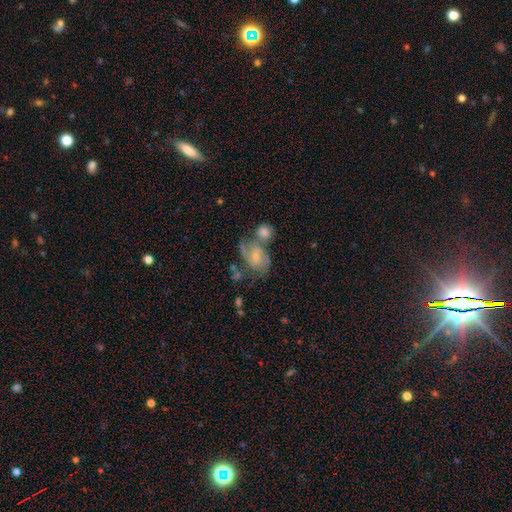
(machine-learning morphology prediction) Smooth or featured?
  - featured or disk: 73% *
  - smooth: 17%
  - star or artifact: 10%
Edge-on disk?
  - no: 97% *
  - yes: 3%
Bar?
  - no: 56% *
  - weak: 36%
  - strong: 8%
Spiral arms?
  - yes: 91% *
  - no: 9%
Spiral winding?
  - medium: 48% *
  - tight: 37%
  - loose: 15%
Spiral arm count?
  - 2: 57% *
  - can't tell: 20%
  - 3: 12%
  - 1: 5%
  - 4: 3%
  - more than 4: 3%
Bulge size?
  - small: 56% *
  - moderate: 36%
  - none: 4%
  - large: 2%
  - dominant: 1%
Merging?
  - none: 44% *
  - merger: 28%
  - minor disturbance: 16%
  - major disturbance: 12%